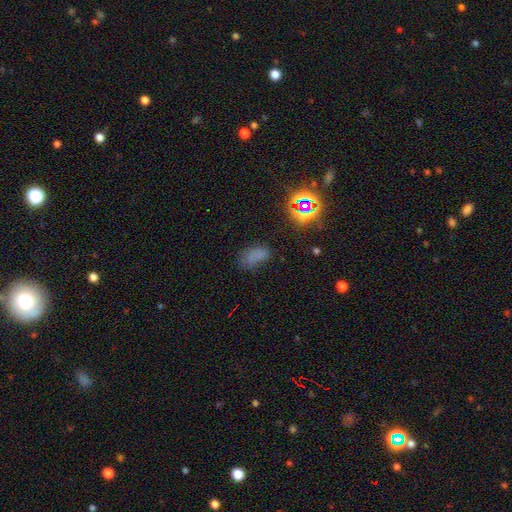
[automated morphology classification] Smooth or featured: smooth — 58% (star or artifact — 30%)
How rounded: in between — 88% (round — 7%)
Merging: none — 54% (minor disturbance — 25%)